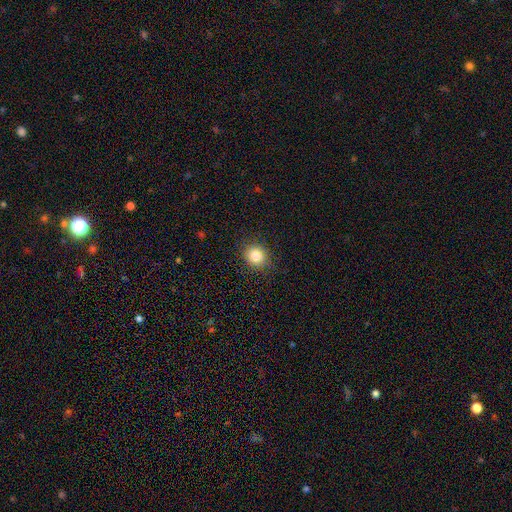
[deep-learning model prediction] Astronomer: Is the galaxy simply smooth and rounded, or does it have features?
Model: smooth — 84%.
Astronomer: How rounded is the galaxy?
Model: round — 77%.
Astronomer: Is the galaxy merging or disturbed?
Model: none — 89%.